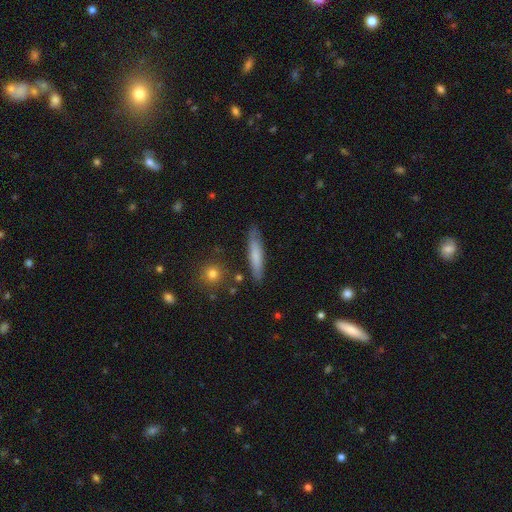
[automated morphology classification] A smooth galaxy with no disk features (66%) that is cigar-shaped (88%). Merging: none (83%).